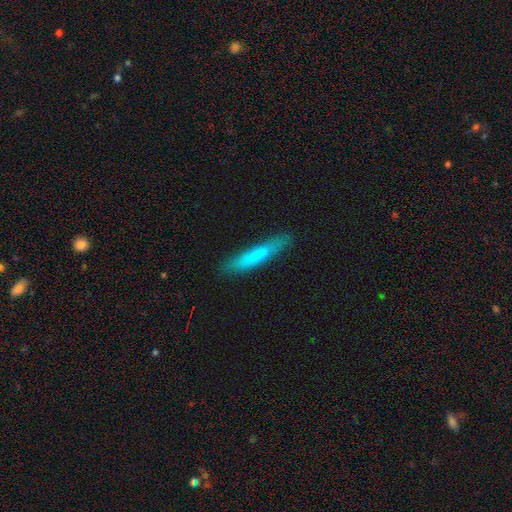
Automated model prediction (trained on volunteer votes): Q: Smooth or featured?
A: smooth (73%); runner-up: featured or disk (21%)
Q: How rounded?
A: cigar-shaped (93%); runner-up: in between (6%)
Q: Merging?
A: none (85%); runner-up: minor disturbance (11%)